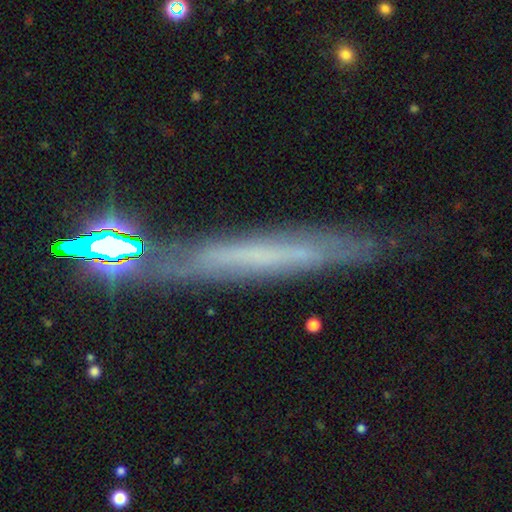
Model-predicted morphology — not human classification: featured or disk 51%, smooth 29%, star or artifact 19%. Down the decision tree: edge-on disk — yes (83%); merging — none (79%).